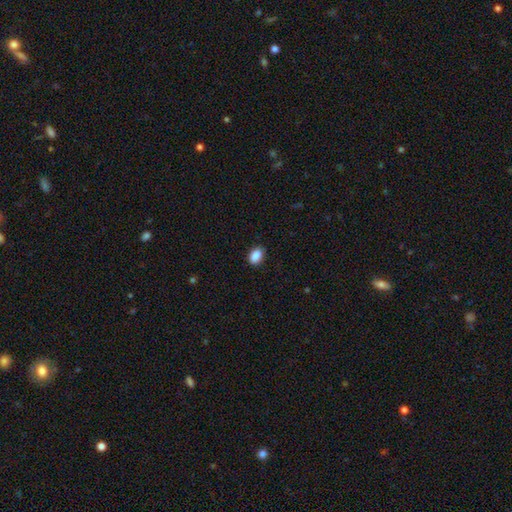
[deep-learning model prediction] A smooth galaxy with no disk features (89%) that is in between round and cigar-shaped (84%). Merging: none (87%).